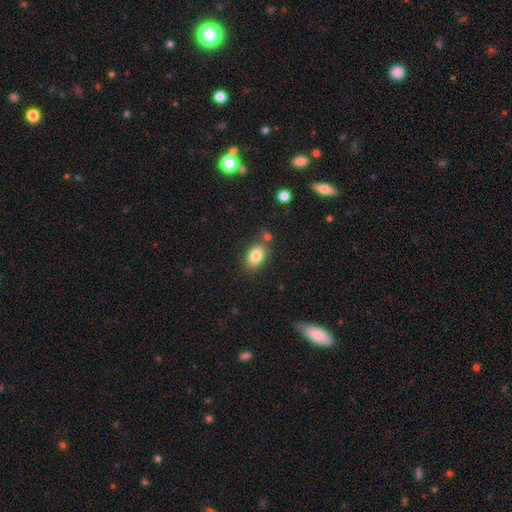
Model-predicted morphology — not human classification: type=smooth (82%); roundness=in between (83%); merging=none (72%).